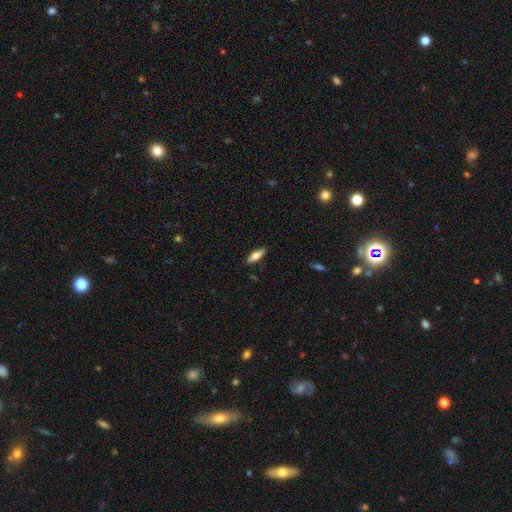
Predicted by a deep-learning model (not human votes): Smooth or featured? Predicted: smooth (p=0.69). How rounded? Predicted: in between (p=0.49, tied with cigar-shaped). Merging? Predicted: none (p=0.87).